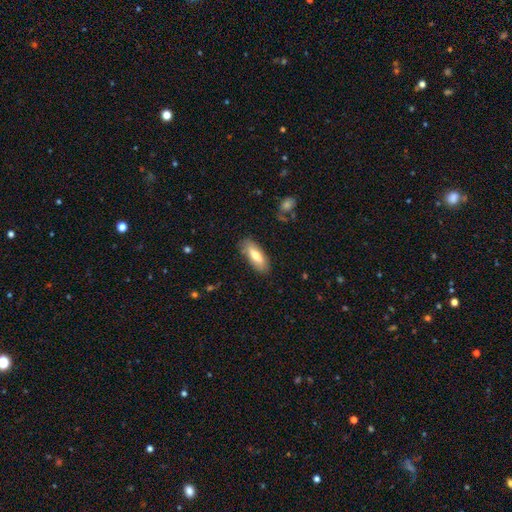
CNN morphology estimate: Smooth or featured?
  - smooth: 71% *
  - featured or disk: 23%
  - star or artifact: 6%
How rounded?
  - in between: 69% *
  - cigar-shaped: 30%
  - round: 2%
Merging?
  - none: 83% *
  - minor disturbance: 13%
  - major disturbance: 3%
  - merger: 1%